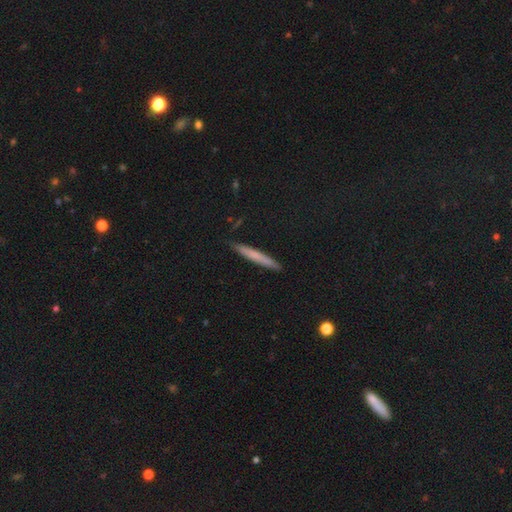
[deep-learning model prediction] Smooth or featured?
  - smooth: 66% *
  - featured or disk: 27%
  - star or artifact: 7%
How rounded?
  - cigar-shaped: 96% *
  - in between: 3%
  - round: 1%
Merging?
  - none: 89% *
  - minor disturbance: 8%
  - major disturbance: 1%
  - merger: 1%